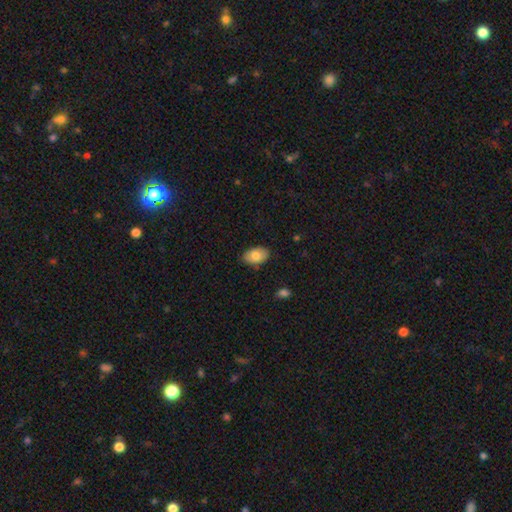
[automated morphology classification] Overall: smooth (79%). How rounded: in between (91%). Merging: none (83%).